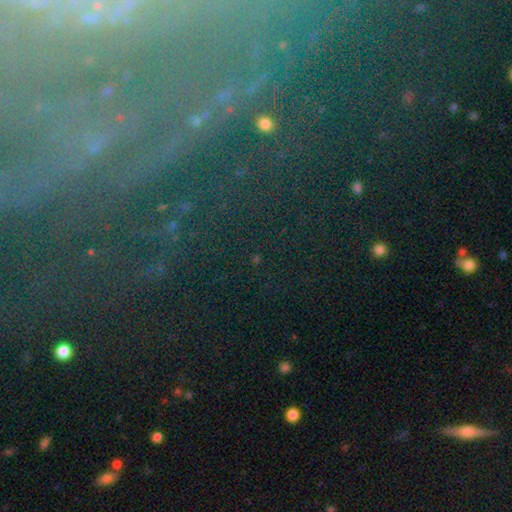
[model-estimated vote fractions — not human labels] This is possibly a star or artifact rather than a galaxy (45%).